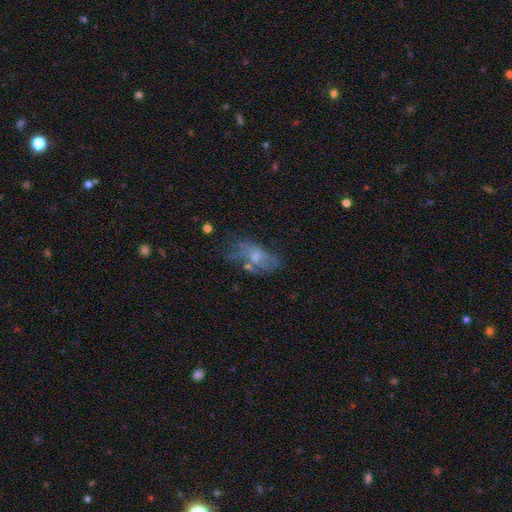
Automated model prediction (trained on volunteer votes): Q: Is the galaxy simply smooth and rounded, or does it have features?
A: featured or disk — 49%.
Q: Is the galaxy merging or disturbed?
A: none — 43%.